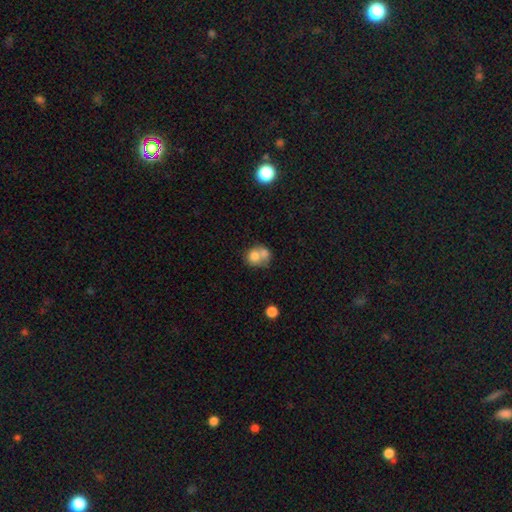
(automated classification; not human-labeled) Smooth or featured?
  - smooth: 72% *
  - featured or disk: 19%
  - star or artifact: 9%
How rounded?
  - round: 69% *
  - in between: 30%
  - cigar-shaped: 1%
Merging?
  - merger: 59% *
  - none: 28%
  - minor disturbance: 9%
  - major disturbance: 5%